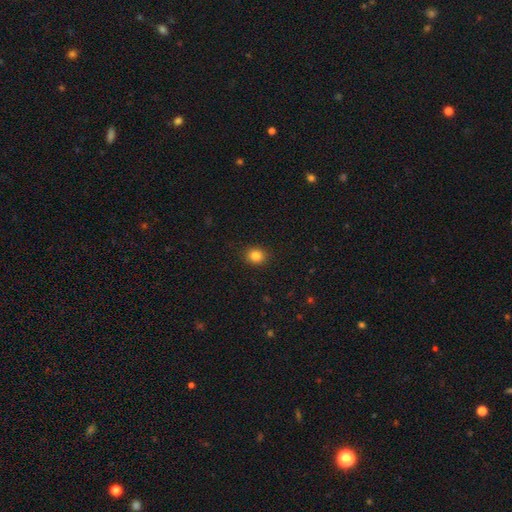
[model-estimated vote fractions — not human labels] A smooth galaxy with no disk features (84%) that is round (70%). Merging: none (91%).